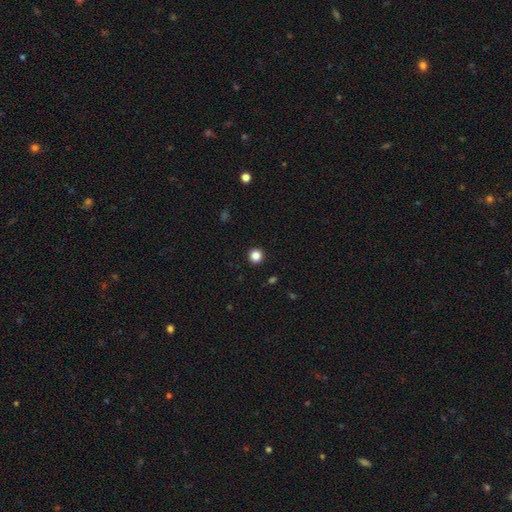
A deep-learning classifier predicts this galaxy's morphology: Smooth or featured: smooth — 85% (star or artifact — 12%)
How rounded: round — 95% (in between — 4%)
Merging: none — 94% (minor disturbance — 4%)